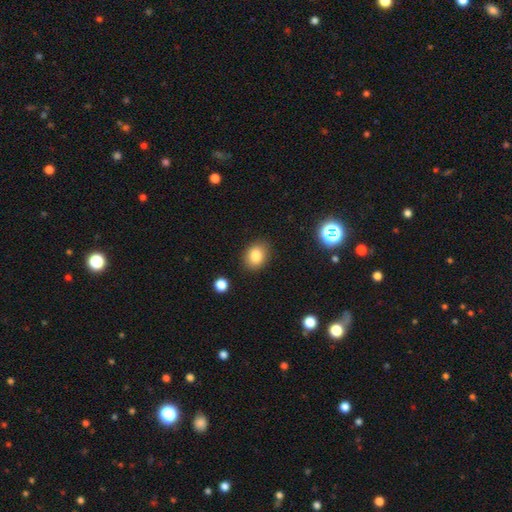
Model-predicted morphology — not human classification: A smooth galaxy with no disk features (84%) that is in between round and cigar-shaped (62%).

Vote fractions:
- Smooth or featured? smooth: 84% / star or artifact: 10% / featured or disk: 6%
- How rounded? in between: 62% / round: 37% / cigar-shaped: 1%
- Merging? none: 84% / minor disturbance: 11% / major disturbance: 3% / merger: 2%